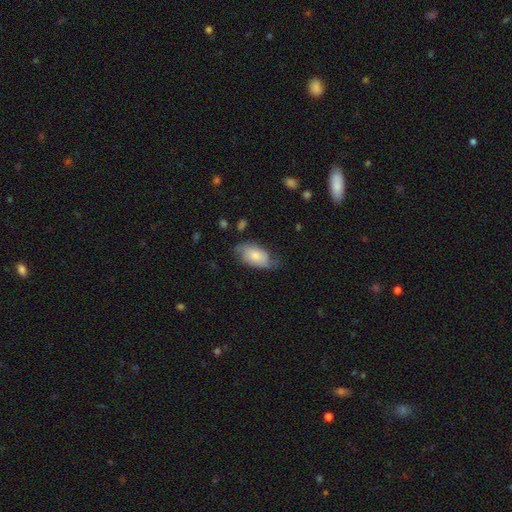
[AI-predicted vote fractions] smooth-or-featured: smooth: 59% | featured or disk: 34% | star or artifact: 7%
  how-rounded: in between: 93% | round: 5% | cigar-shaped: 2%
  merging: none: 56% | minor disturbance: 32% | major disturbance: 11% | merger: 2%